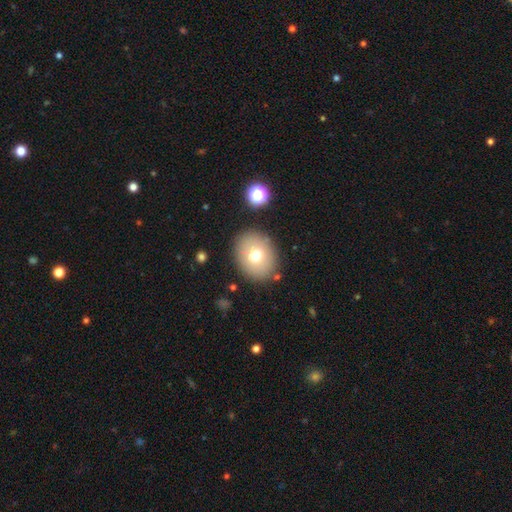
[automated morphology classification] A smooth galaxy with no disk features (72%) that is round (60%). Merging: none (85%).